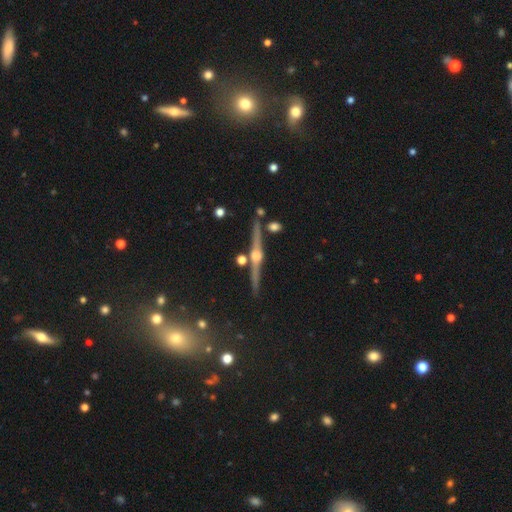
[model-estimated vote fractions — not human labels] smooth-or-featured: featured or disk: 85% | smooth: 8% | star or artifact: 7%
  disk-edge-on: yes: 98% | no: 2%
    edge-on-bulge: rounded: 94% | boxy: 4% | none: 3%
  merging: none: 86% | minor disturbance: 8% | merger: 4% | major disturbance: 2%